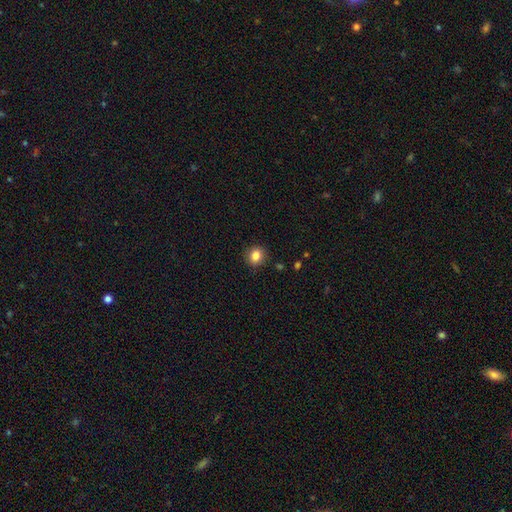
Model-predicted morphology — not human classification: Smooth or featured? Predicted: smooth (p=0.85). How rounded? Predicted: round (p=0.69). Merging? Predicted: none (p=0.89).